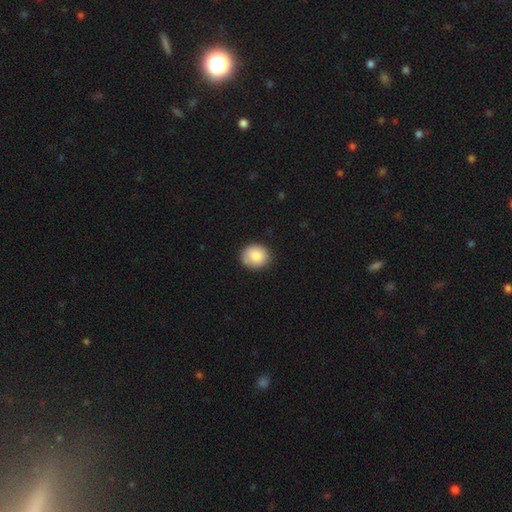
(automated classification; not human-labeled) This is clearly a smooth galaxy (82%). How rounded: likely round (73%). Merging: clearly none (83%).